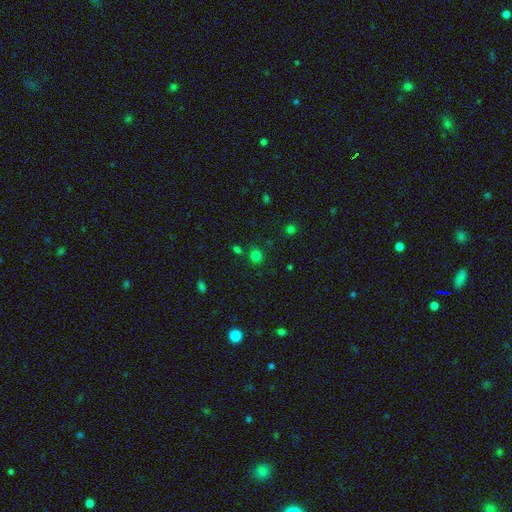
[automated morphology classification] Smooth or featured: smooth — 74% (star or artifact — 21%)
How rounded: round — 80% (in between — 19%)
Merging: none — 80% (minor disturbance — 9%)